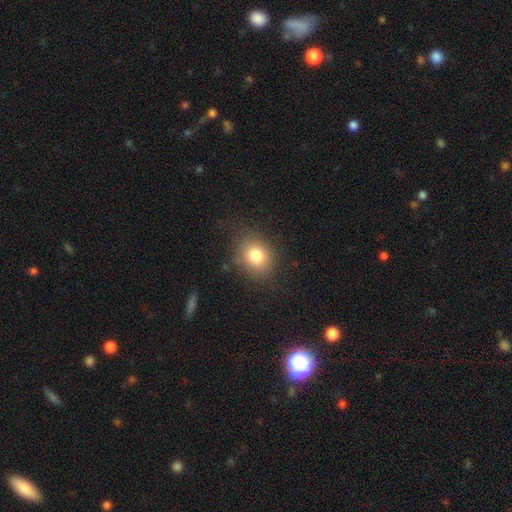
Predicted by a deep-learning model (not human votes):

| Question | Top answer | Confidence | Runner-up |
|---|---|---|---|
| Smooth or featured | smooth | 80% | star or artifact (11%) |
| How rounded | round | 61% | in between (39%) |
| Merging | none | 81% | minor disturbance (12%) |